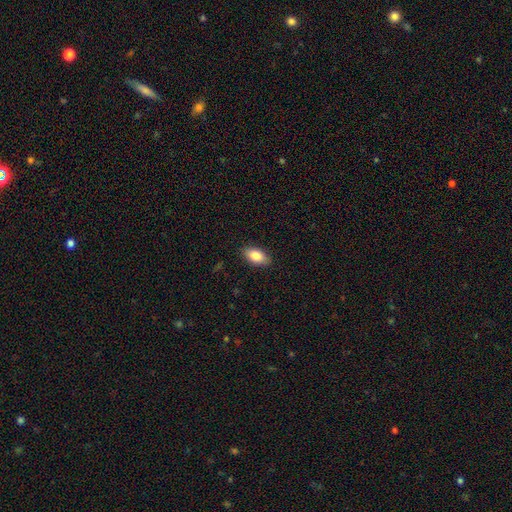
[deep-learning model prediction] Smooth or featured?
  - smooth: 85% *
  - featured or disk: 8%
  - star or artifact: 7%
How rounded?
  - in between: 92% *
  - cigar-shaped: 4%
  - round: 4%
Merging?
  - none: 88% *
  - minor disturbance: 9%
  - major disturbance: 2%
  - merger: 1%